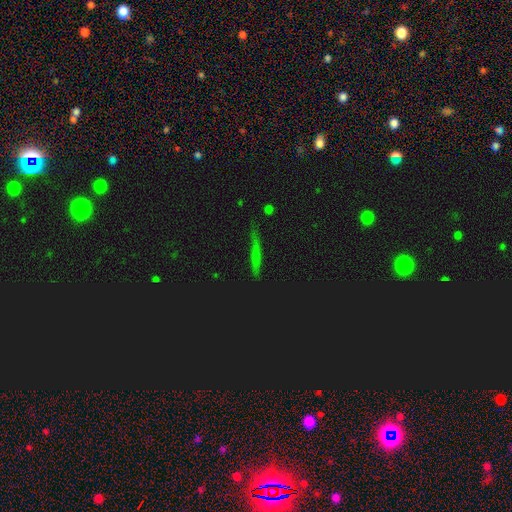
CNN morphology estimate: Smooth or featured? Predicted: smooth (p=0.45). Merging? Predicted: none (p=0.74).